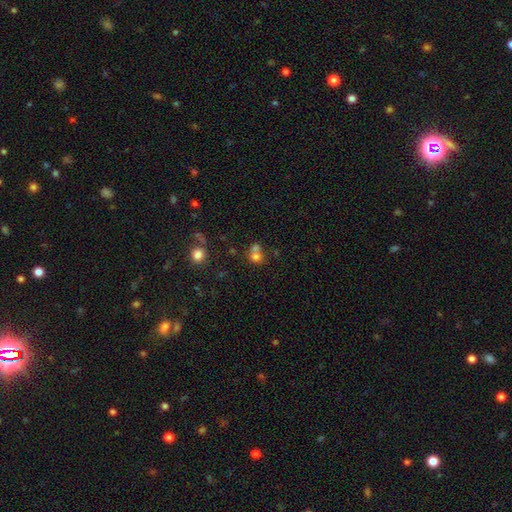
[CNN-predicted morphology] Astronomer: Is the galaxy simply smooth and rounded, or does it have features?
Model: smooth — 71%.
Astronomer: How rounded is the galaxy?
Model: round — 74%.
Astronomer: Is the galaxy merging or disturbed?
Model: merger — 54% (runner-up: none, 34%).